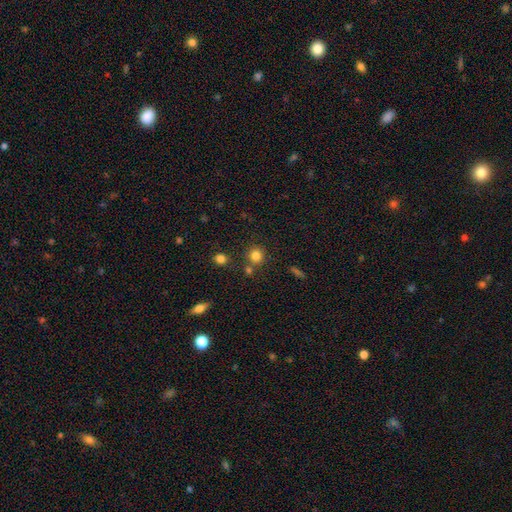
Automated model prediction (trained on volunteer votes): A smooth galaxy with no disk features (82%) that is round (85%). Merging: none (75%).